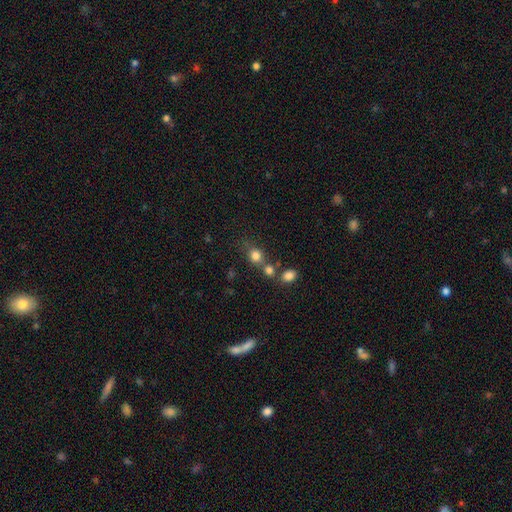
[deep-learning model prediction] smooth-or-featured: smooth: 79% | star or artifact: 13% | featured or disk: 8%
  how-rounded: round: 76% | in between: 23% | cigar-shaped: 1%
  merging: none: 55% | merger: 29% | minor disturbance: 11% | major disturbance: 5%